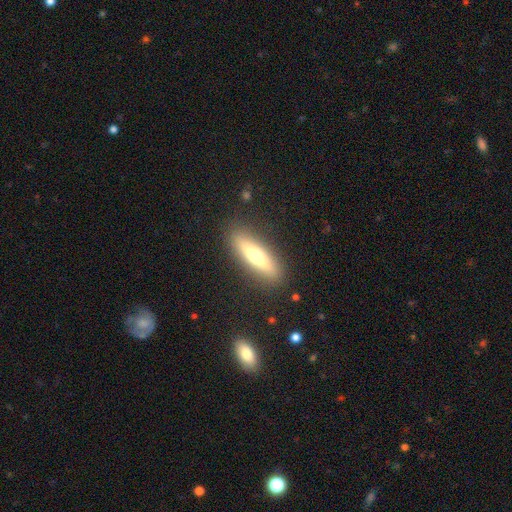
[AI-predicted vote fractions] Smooth or featured? Predicted: smooth (p=0.56). How rounded? Predicted: cigar-shaped (p=0.71). Merging? Predicted: none (p=0.87).